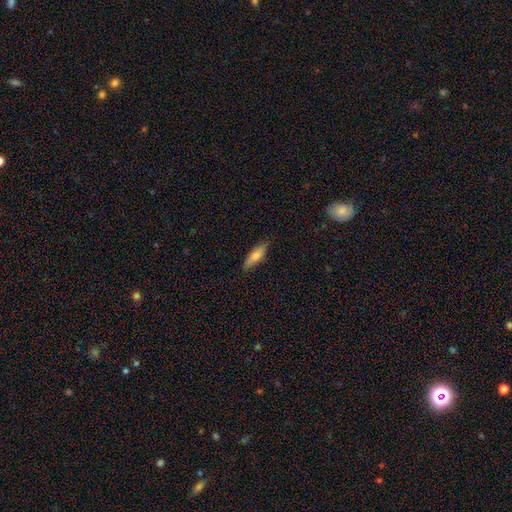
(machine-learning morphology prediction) Smooth or featured?
  - smooth: 64% *
  - featured or disk: 29%
  - star or artifact: 6%
How rounded?
  - cigar-shaped: 60% *
  - in between: 38%
  - round: 2%
Merging?
  - none: 85% *
  - minor disturbance: 12%
  - major disturbance: 2%
  - merger: 1%